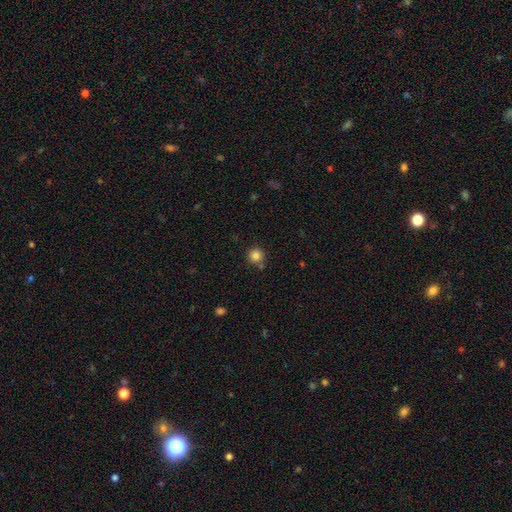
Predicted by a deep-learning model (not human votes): Smooth or featured? smooth (83%)
How rounded? round (94%)
Merging? none (80%)